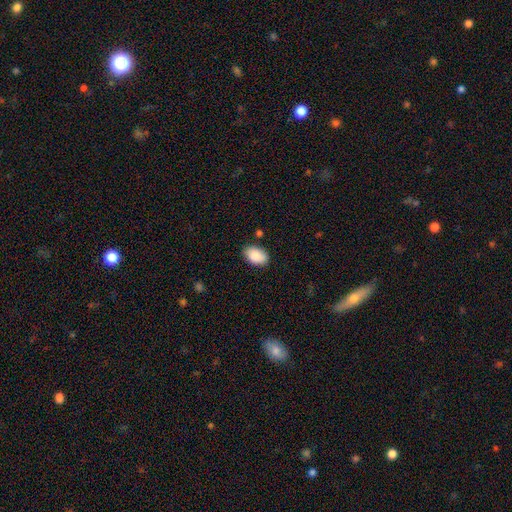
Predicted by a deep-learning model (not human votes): Smooth or featured? Predicted: smooth (p=0.87). How rounded? Predicted: in between (p=0.89). Merging? Predicted: none (p=0.82).